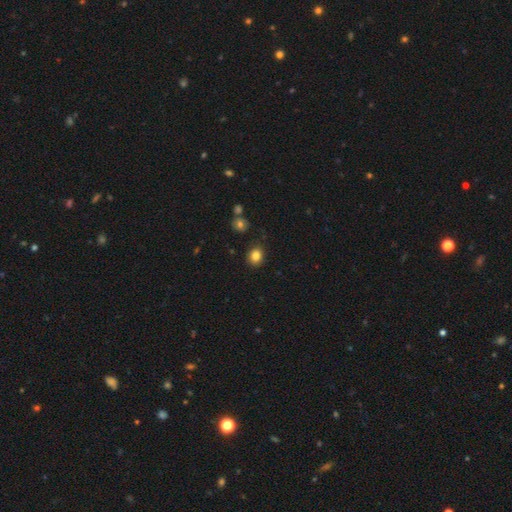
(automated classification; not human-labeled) A smooth galaxy with no disk features (84%) that is round (62%).

Vote fractions:
- Smooth or featured? smooth: 84% / star or artifact: 11% / featured or disk: 6%
- How rounded? round: 62% / in between: 37% / cigar-shaped: 1%
- Merging? none: 86% / minor disturbance: 10% / major disturbance: 2% / merger: 2%